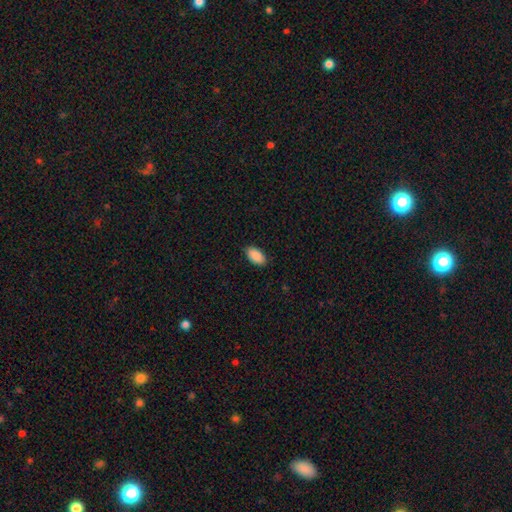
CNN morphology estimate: smooth_or_featured: smooth (p=0.90) [alt: star or artifact p=0.06]
how_rounded: in between (p=0.95) [alt: cigar-shaped p=0.03]
merging: none (p=0.89) [alt: minor disturbance p=0.08]